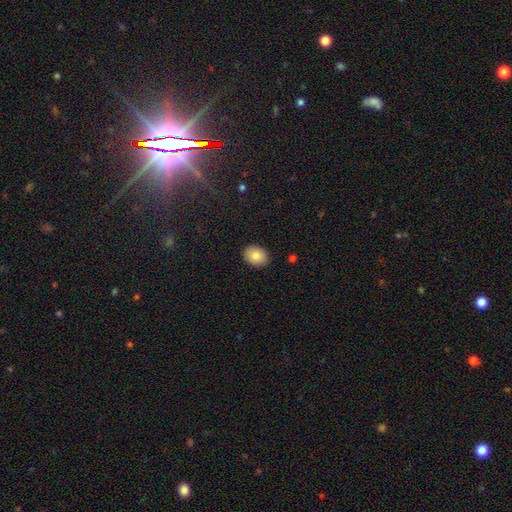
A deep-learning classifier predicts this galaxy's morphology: A smooth galaxy with no disk features (86%) that is in between round and cigar-shaped (64%). Merging: none (89%).